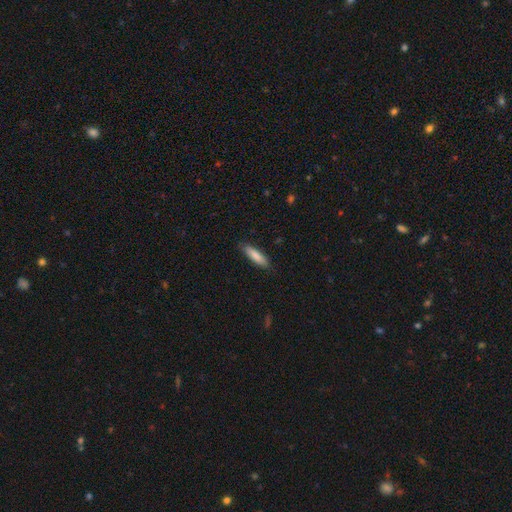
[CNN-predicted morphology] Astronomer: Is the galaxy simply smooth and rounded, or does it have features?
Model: smooth — 85%.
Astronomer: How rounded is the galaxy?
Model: cigar-shaped — 68%.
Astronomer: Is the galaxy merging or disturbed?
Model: none — 87%.